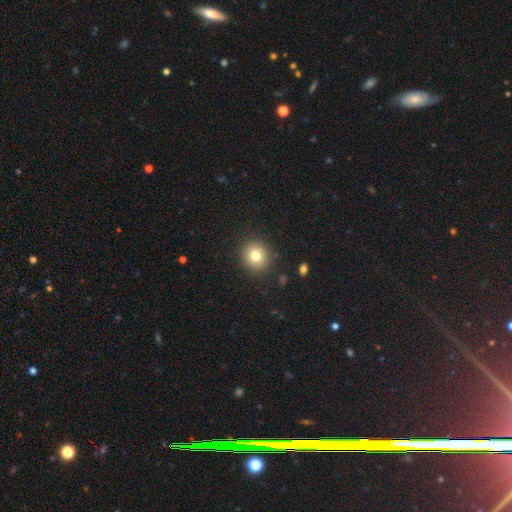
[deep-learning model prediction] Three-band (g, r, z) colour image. It shows a smooth galaxy with no disk features (79%) that is round (87%). Merging: none (90%).